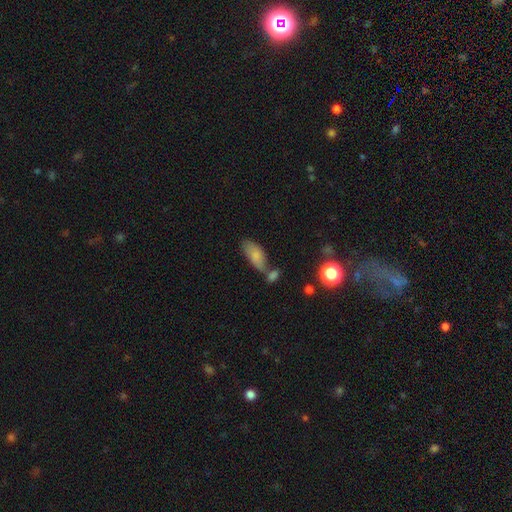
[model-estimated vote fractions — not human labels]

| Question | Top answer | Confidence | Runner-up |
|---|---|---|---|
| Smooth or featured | smooth | 78% | featured or disk (14%) |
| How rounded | in between | 87% | cigar-shaped (10%) |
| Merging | none | 41% | merger (32%) |